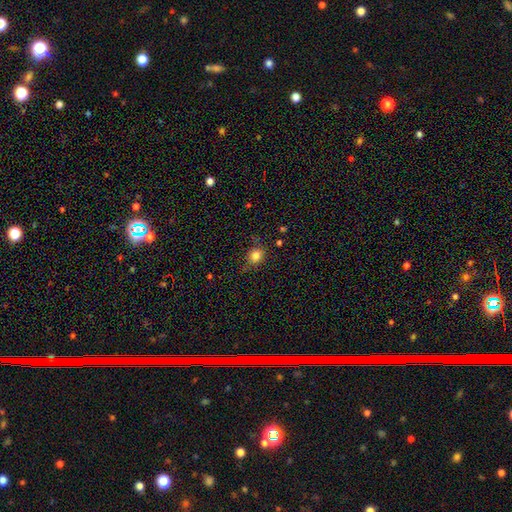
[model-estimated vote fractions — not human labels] This is clearly a smooth galaxy (82%). How rounded: likely round (67%). Merging: likely none (74%).